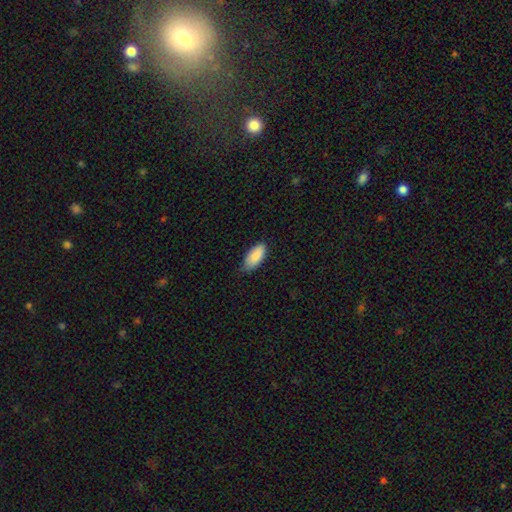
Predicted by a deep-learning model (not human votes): smooth_or_featured: smooth (p=0.88) [alt: featured or disk p=0.06]
how_rounded: in between (p=0.89) [alt: cigar-shaped p=0.09]
merging: none (p=0.72) [alt: minor disturbance p=0.25]